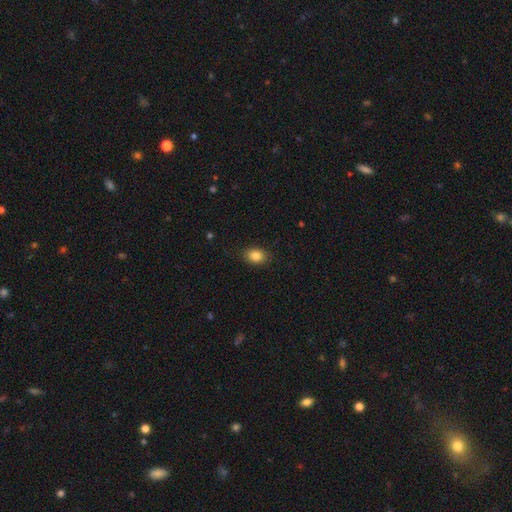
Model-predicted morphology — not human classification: Smooth or featured: smooth — 84% (star or artifact — 9%)
How rounded: in between — 75% (round — 24%)
Merging: none — 87% (minor disturbance — 10%)